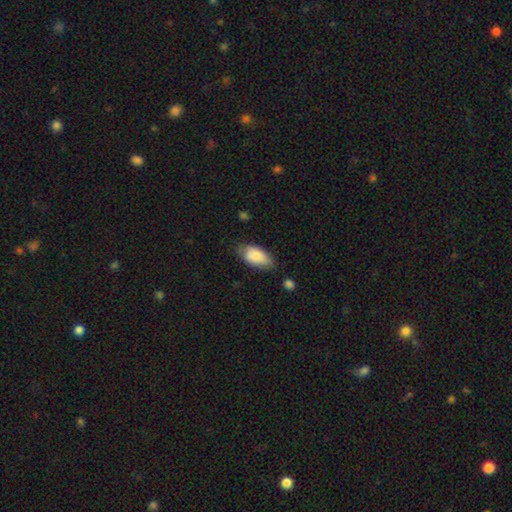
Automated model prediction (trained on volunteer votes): smooth 85%, featured or disk 9%, star or artifact 6%. Down the decision tree: how rounded — in between (93%); merging — none (67%).